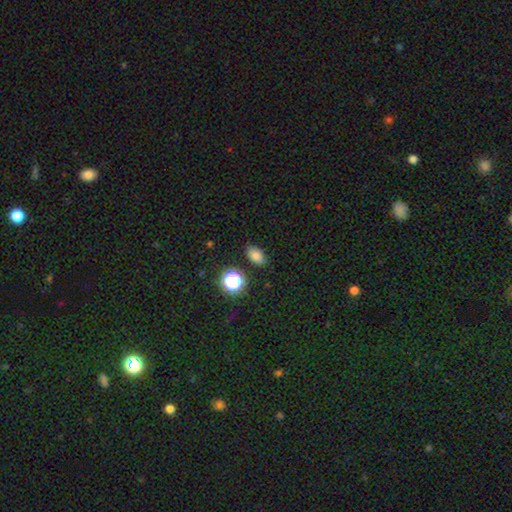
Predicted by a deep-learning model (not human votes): smooth-or-featured: smooth: 79% | star or artifact: 15% | featured or disk: 6%
  how-rounded: in between: 83% | round: 15% | cigar-shaped: 2%
  merging: none: 84% | minor disturbance: 10% | major disturbance: 3% | merger: 2%